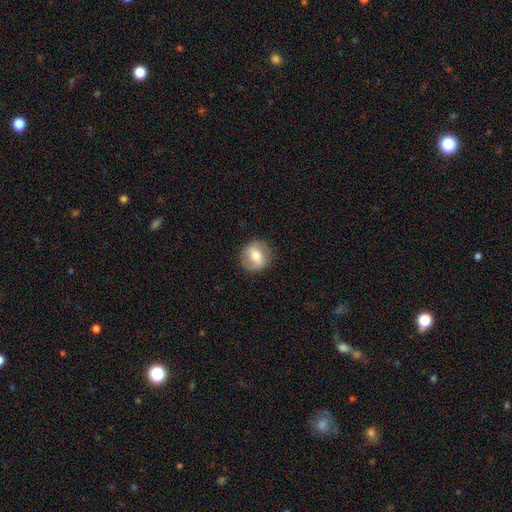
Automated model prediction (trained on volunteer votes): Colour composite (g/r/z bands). It shows a smooth galaxy with no disk features (49%). Merging: none (85%).